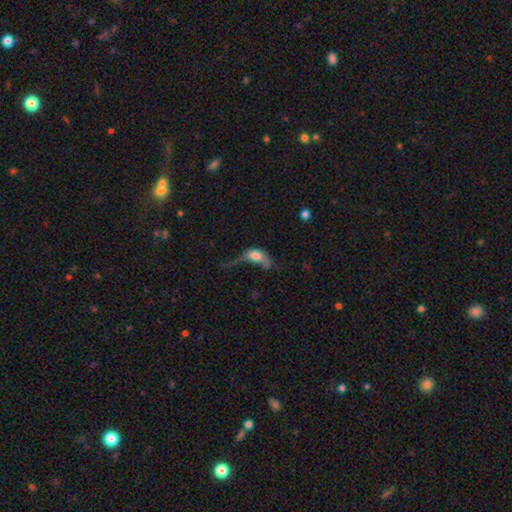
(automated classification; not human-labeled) smooth-or-featured: smooth: 57% | featured or disk: 32% | star or artifact: 11%
  how-rounded: in between: 78% | round: 15% | cigar-shaped: 7%
  merging: major disturbance: 59% | none: 14% | minor disturbance: 14% | merger: 13%